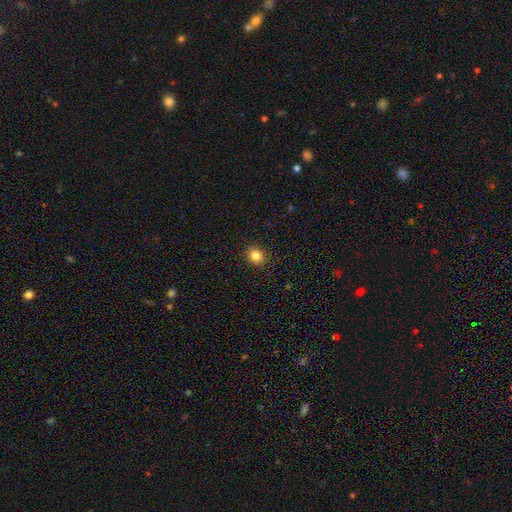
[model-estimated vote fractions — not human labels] A smooth galaxy with no disk features (84%) that is round (79%).

Vote fractions:
- Smooth or featured? smooth: 84% / star or artifact: 11% / featured or disk: 5%
- How rounded? round: 79% / in between: 20% / cigar-shaped: 1%
- Merging? none: 91% / minor disturbance: 6% / major disturbance: 2% / merger: 1%